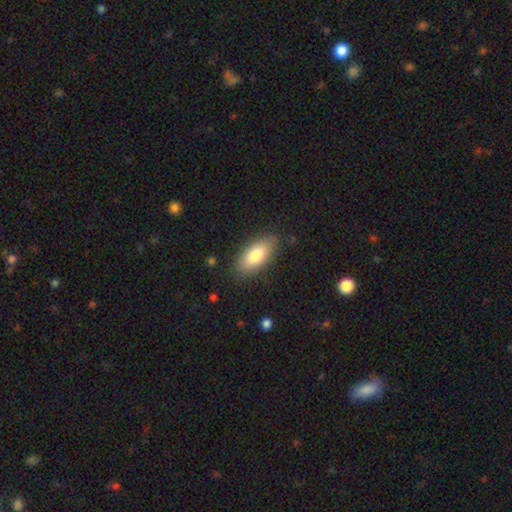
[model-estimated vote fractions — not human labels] Q: Smooth or featured?
A: smooth (81%); runner-up: featured or disk (13%)
Q: How rounded?
A: in between (85%); runner-up: cigar-shaped (13%)
Q: Merging?
A: none (85%); runner-up: minor disturbance (11%)